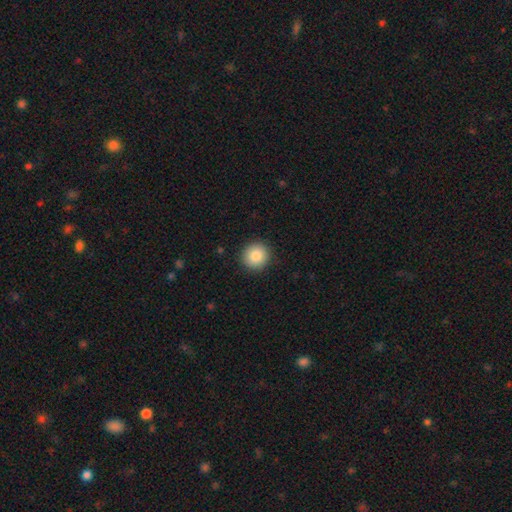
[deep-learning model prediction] This appears to be a smooth galaxy with no disk features (85%) that is round (93%). Merging: none (91%).